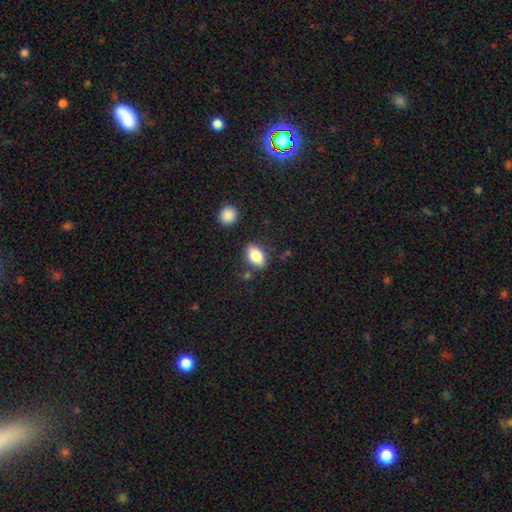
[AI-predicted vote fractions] This appears to be a smooth galaxy with no disk features (82%) that is in between round and cigar-shaped (84%). Merging: none (80%).